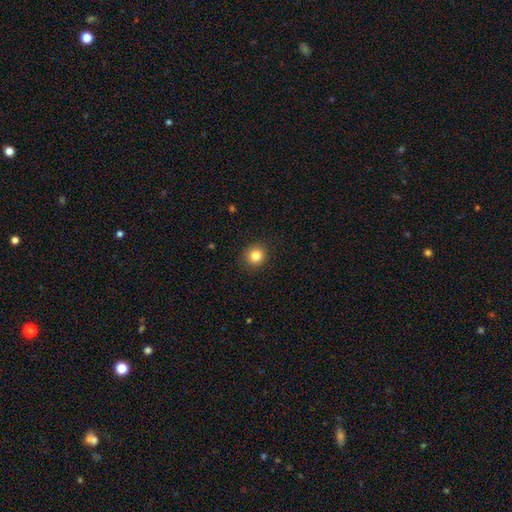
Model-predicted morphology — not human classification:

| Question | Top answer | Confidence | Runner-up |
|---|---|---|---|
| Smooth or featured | smooth | 83% | star or artifact (11%) |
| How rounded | round | 90% | in between (9%) |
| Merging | none | 91% | minor disturbance (6%) |